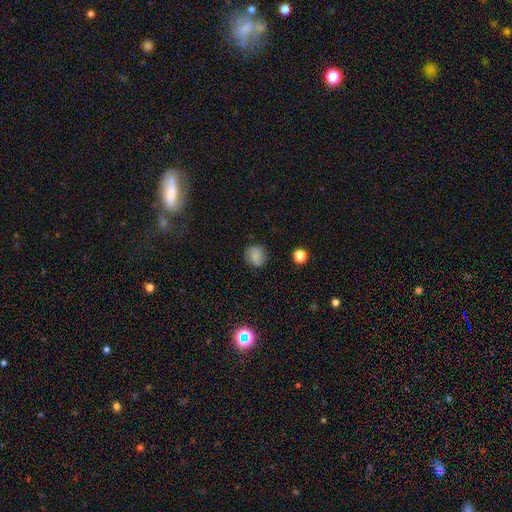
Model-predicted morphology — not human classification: This is likely a smooth galaxy (77%). How rounded: clearly round (85%). Merging: clearly none (85%).